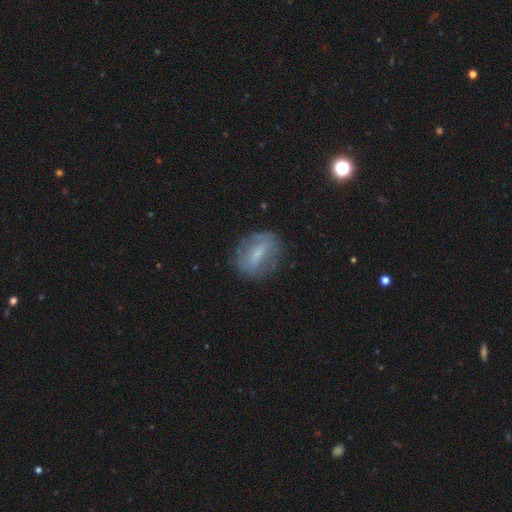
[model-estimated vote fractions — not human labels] Overall: smooth (46%; featured or disk 45%). Merging: none (72%).